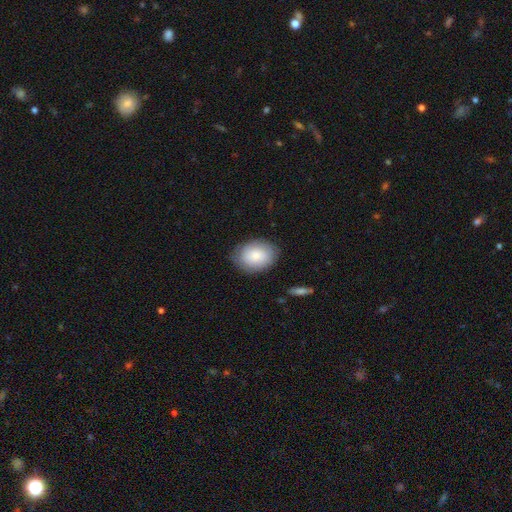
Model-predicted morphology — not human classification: A smooth galaxy with no disk features (79%) that is in between round and cigar-shaped (71%). Merging: none (82%).